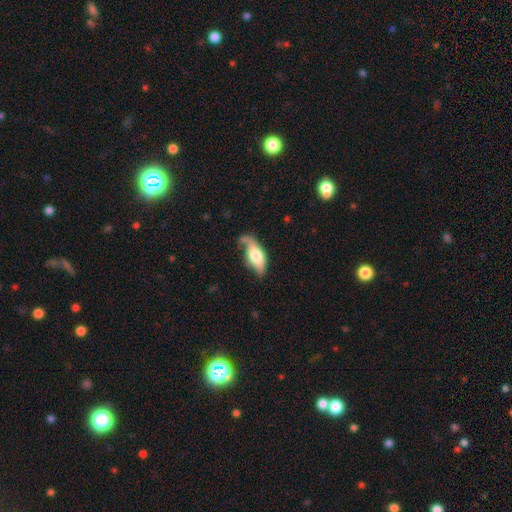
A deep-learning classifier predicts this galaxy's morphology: Smooth or featured: smooth — 62% (featured or disk — 32%)
How rounded: in between — 81% (cigar-shaped — 16%)
Merging: none — 39% (minor disturbance — 32%)